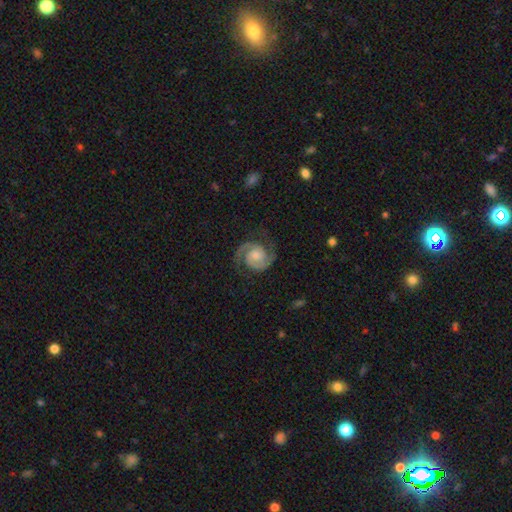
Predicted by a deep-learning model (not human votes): Morphology: type=featured or disk (90%); edge-on=no (98%); bar=no (67%); spiral arms=yes (98%); winding=medium (52%); arm count=2 (94%); bulge=moderate (42%); merging=none (81%).